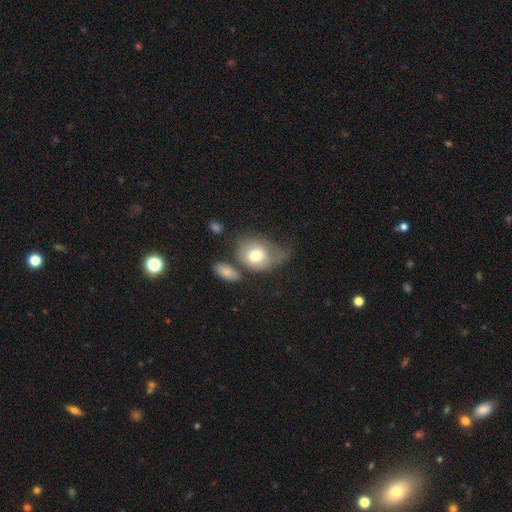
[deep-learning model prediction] A smooth galaxy with no disk features (72%) that is in between round and cigar-shaped (50%). Merging: none (27%, tied with major disturbance and minor disturbance).